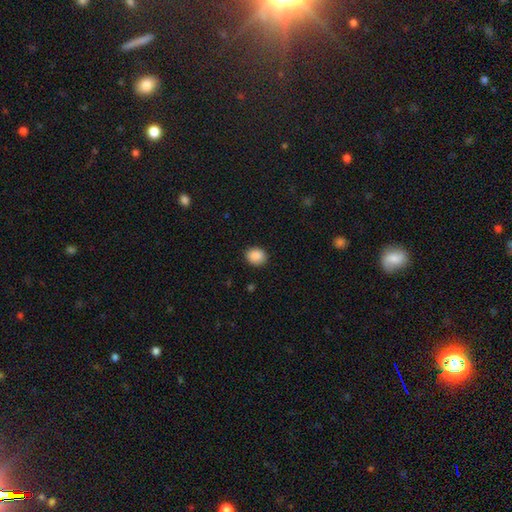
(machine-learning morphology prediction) Smooth or featured: smooth — 89% (star or artifact — 8%)
How rounded: round — 64% (in between — 35%)
Merging: none — 89% (minor disturbance — 8%)